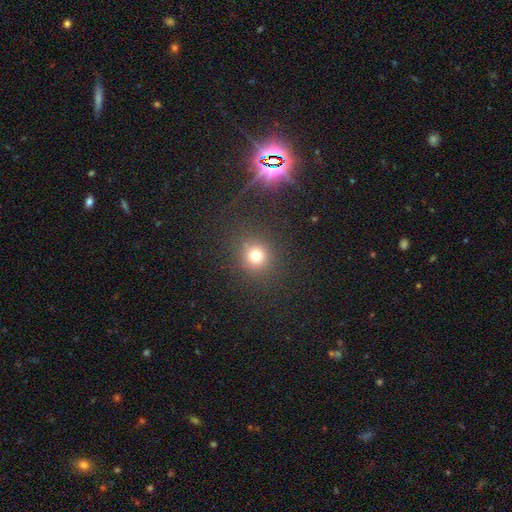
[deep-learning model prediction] Morphology: type=smooth (72%); roundness=round (89%); merging=none (86%).